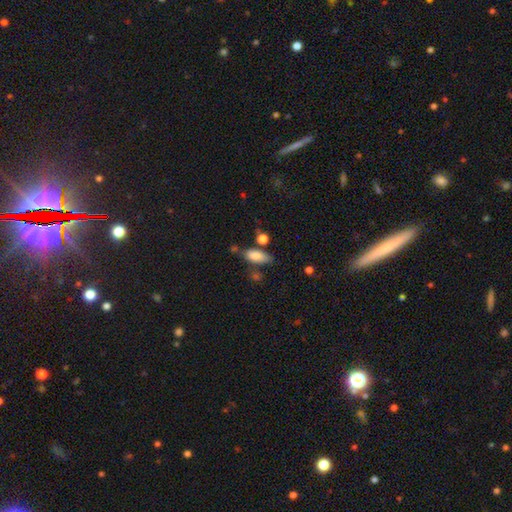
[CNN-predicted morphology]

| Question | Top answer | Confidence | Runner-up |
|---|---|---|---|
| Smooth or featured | smooth | 81% | featured or disk (11%) |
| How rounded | in between | 82% | cigar-shaped (15%) |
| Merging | none | 63% | minor disturbance (21%) |